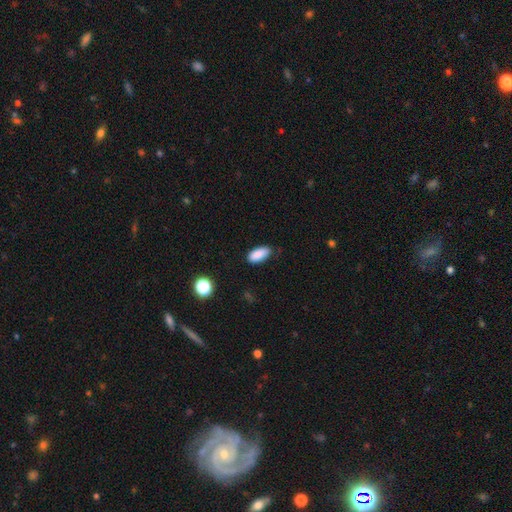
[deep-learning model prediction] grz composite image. It shows a smooth galaxy with no disk features (87%) that is in between round and cigar-shaped (89%). Merging: none (75%).